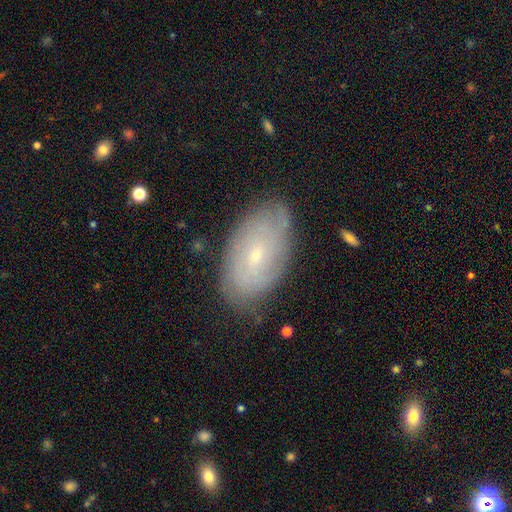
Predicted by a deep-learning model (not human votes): Smooth or featured? Predicted: featured or disk (p=0.60). Edge-on disk? Predicted: no (p=0.93). Bar? Predicted: no (p=0.71). Spiral arms? Predicted: yes (p=0.77). Bulge size? Predicted: small (p=0.79). Merging? Predicted: none (p=0.76).